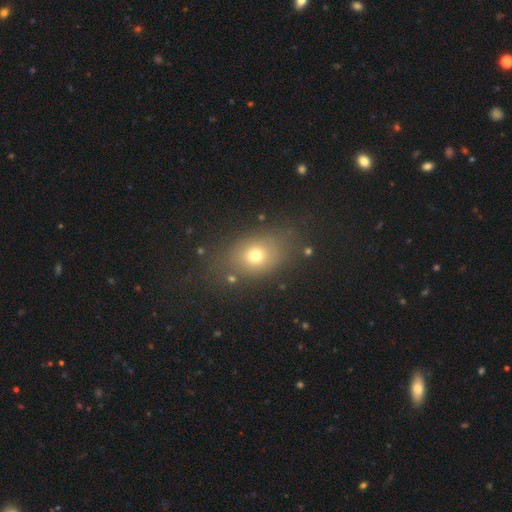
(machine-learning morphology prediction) smooth-or-featured: smooth: 70% | star or artifact: 16% | featured or disk: 14%
  how-rounded: in between: 64% | round: 34% | cigar-shaped: 2%
  merging: none: 76% | minor disturbance: 14% | major disturbance: 7% | merger: 3%